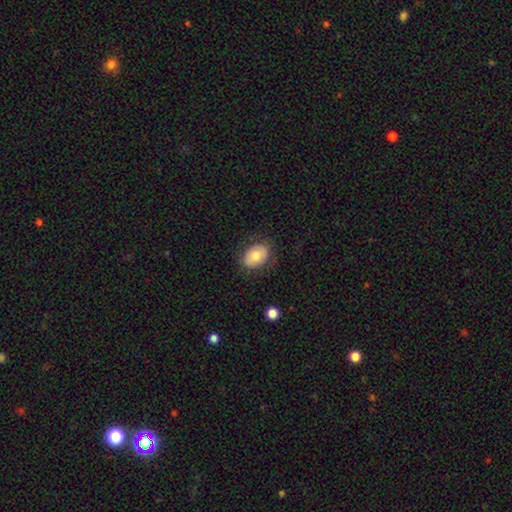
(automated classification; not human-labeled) Morphology: type=smooth (76%); roundness=in between (82%); merging=none (79%).